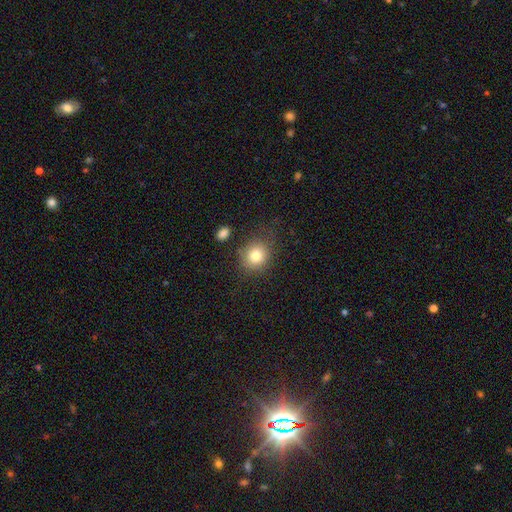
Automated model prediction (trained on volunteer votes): Smooth or featured?
  - smooth: 81% *
  - star or artifact: 10%
  - featured or disk: 9%
How rounded?
  - round: 76% *
  - in between: 23%
  - cigar-shaped: 1%
Merging?
  - none: 76% *
  - minor disturbance: 15%
  - major disturbance: 6%
  - merger: 4%